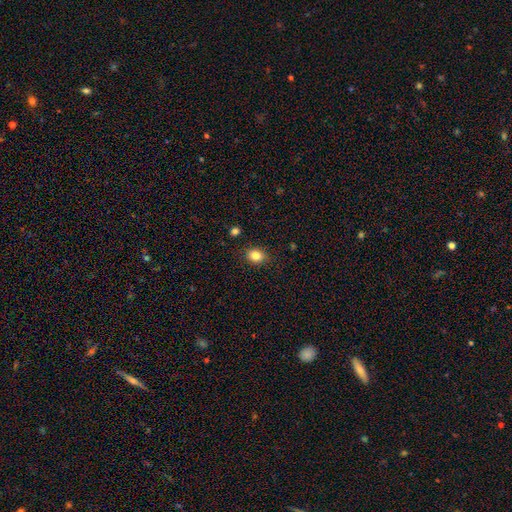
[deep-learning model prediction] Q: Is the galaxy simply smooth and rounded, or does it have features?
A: smooth — 83%.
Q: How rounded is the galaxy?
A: round — 50%.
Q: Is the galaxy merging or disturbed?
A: none — 87%.